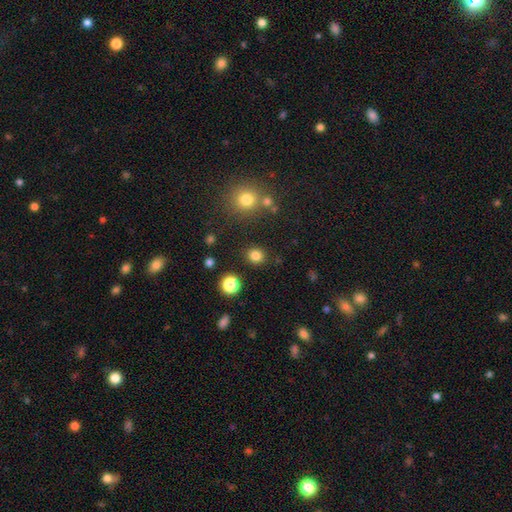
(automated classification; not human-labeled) This appears to be a smooth galaxy with no disk features (83%) that is round (84%). Merging: none (88%).